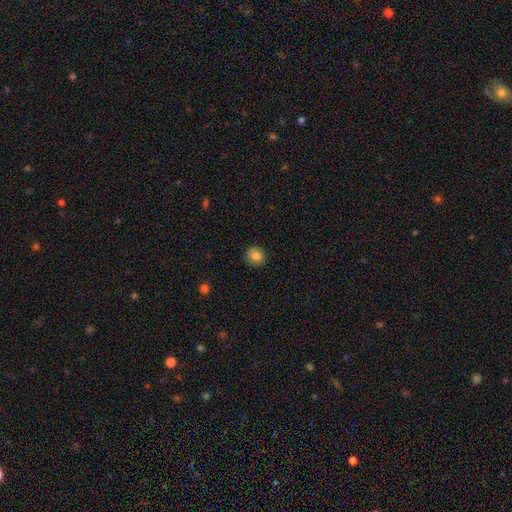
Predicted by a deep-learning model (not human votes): A smooth galaxy with no disk features (85%) that is round (87%). Merging: none (90%).